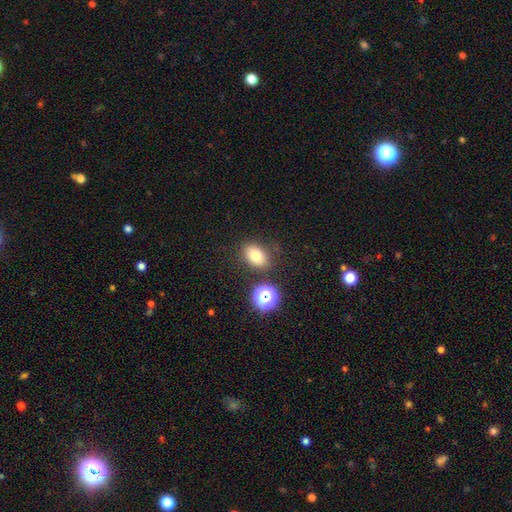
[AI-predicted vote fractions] A smooth galaxy with no disk features (77%) that is in between round and cigar-shaped (76%). Merging: none (79%).